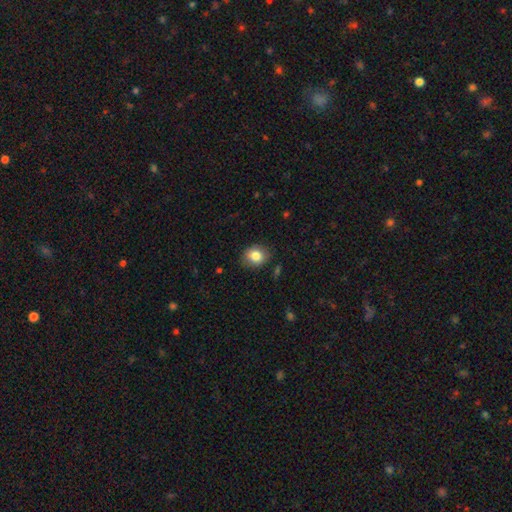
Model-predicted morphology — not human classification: Smooth or featured? Predicted: smooth (p=0.82). How rounded? Predicted: round (p=0.53). Merging? Predicted: none (p=0.81).